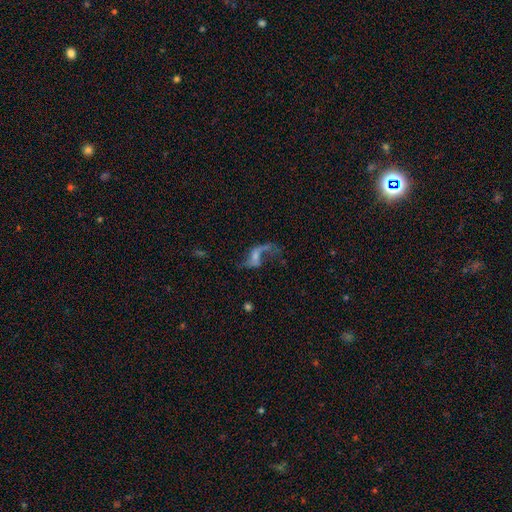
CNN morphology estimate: Overall: featured or disk (73%). Edge-on disk: no (94%). Bar: no (50%; weak 37%). Spiral arms: yes (82%). Spiral arm count: 2 (67%). Spiral winding: loose (89%). Bulge size: small (47%; none 24%). Merging: none (40%; major disturbance 37%).